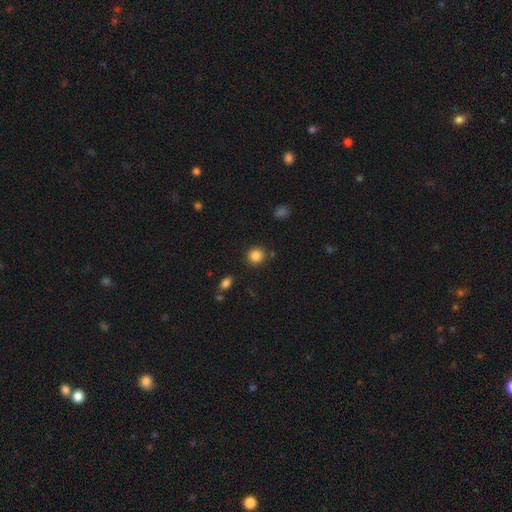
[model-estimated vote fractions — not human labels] A smooth galaxy with no disk features (86%) that is round (85%). Merging: none (85%).